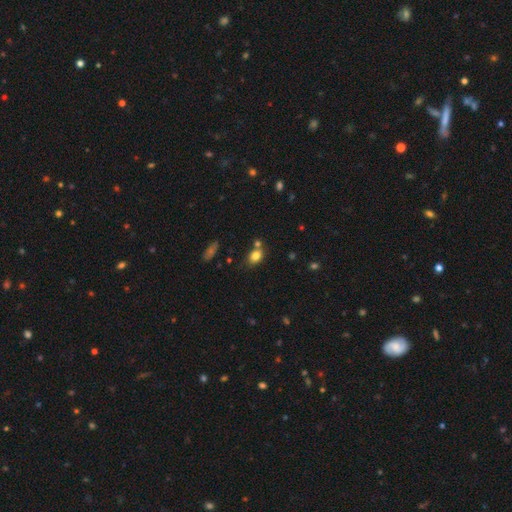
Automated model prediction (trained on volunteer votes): The model was most divided on "how rounded": in between: 65%, round: 33%, cigar-shaped: 2%. More confident: smooth or featured — smooth (80%); merging — none (61%).